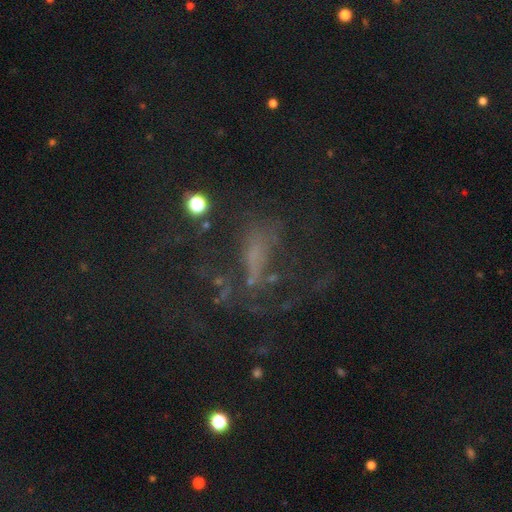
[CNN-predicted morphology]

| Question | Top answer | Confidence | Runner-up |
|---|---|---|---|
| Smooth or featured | featured or disk | 44% | star or artifact (34%) |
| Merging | none | 41% | major disturbance (38%) |